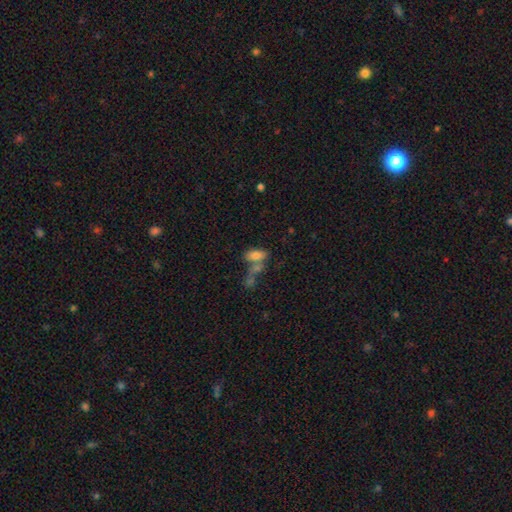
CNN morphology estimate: Smooth or featured? smooth (76%)
How rounded? in between (88%)
Merging? merger (42%)